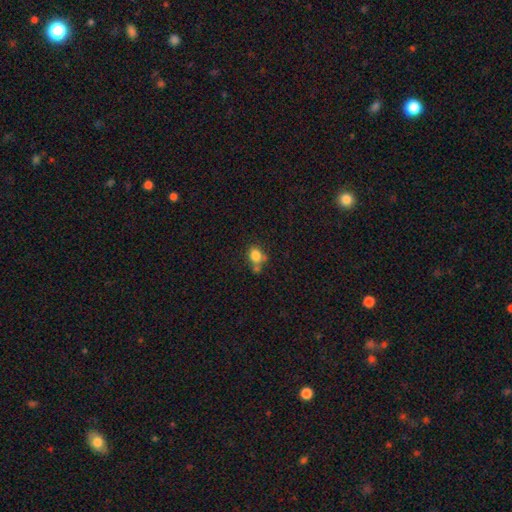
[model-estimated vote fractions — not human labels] Overall: smooth (80%). How rounded: in between (52%; round 47%). Merging: none (49%; merger 26%).